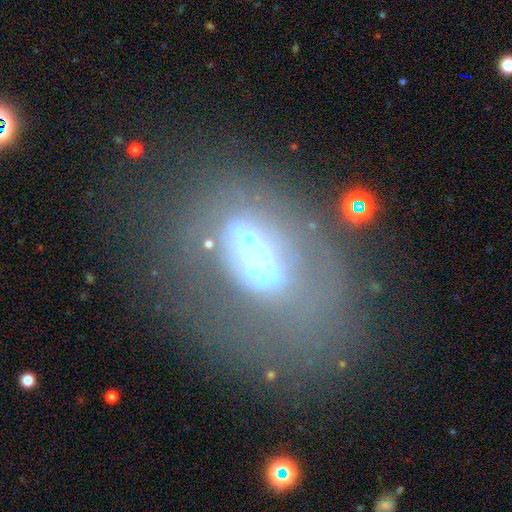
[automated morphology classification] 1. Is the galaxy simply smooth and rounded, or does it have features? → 52% featured or disk, 28% smooth, 20% star or artifact.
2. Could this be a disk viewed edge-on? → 86% no, 14% yes.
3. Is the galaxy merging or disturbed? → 38% none, 33% major disturbance, 17% minor disturbance, 12% merger.